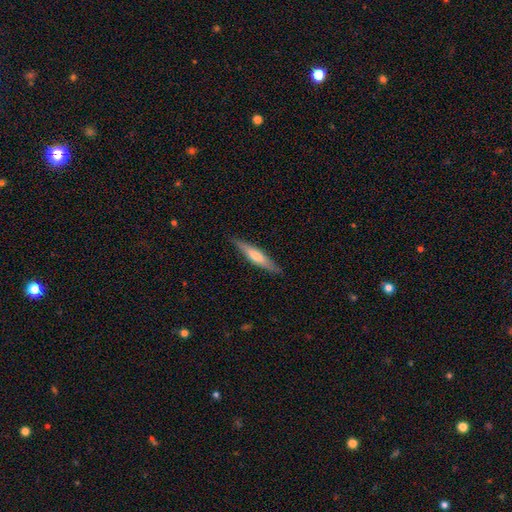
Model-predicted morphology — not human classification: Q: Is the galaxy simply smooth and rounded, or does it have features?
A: smooth — 51%.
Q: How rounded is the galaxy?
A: cigar-shaped — 89%.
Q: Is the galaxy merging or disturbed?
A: none — 87%.